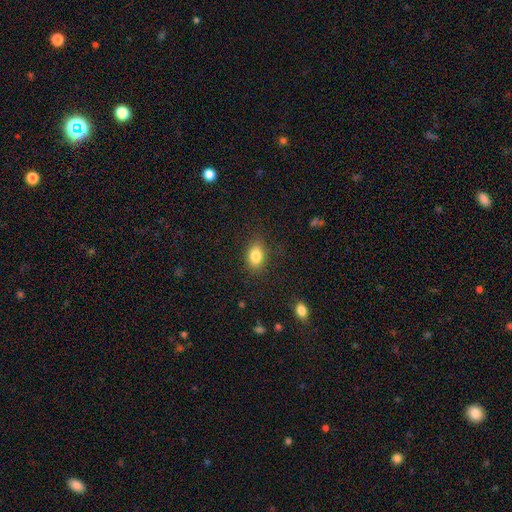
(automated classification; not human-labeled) A smooth galaxy with no disk features (83%) that is in between round and cigar-shaped (79%). Merging: none (81%).